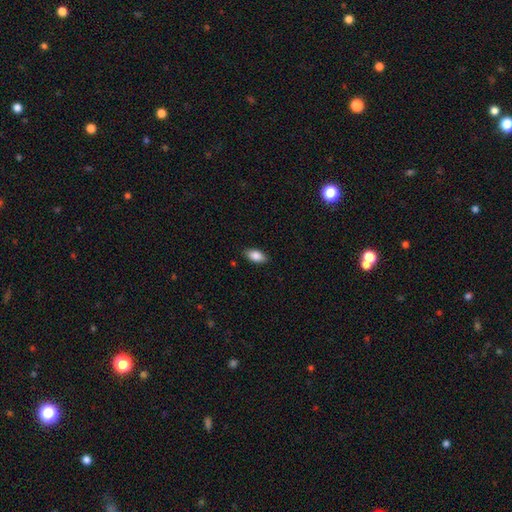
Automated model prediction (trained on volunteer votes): The model was most divided on "merging": none: 87%, minor disturbance: 10%, major disturbance: 2%, merger: 1%. More confident: how rounded — in between (90%); smooth or featured — smooth (86%).